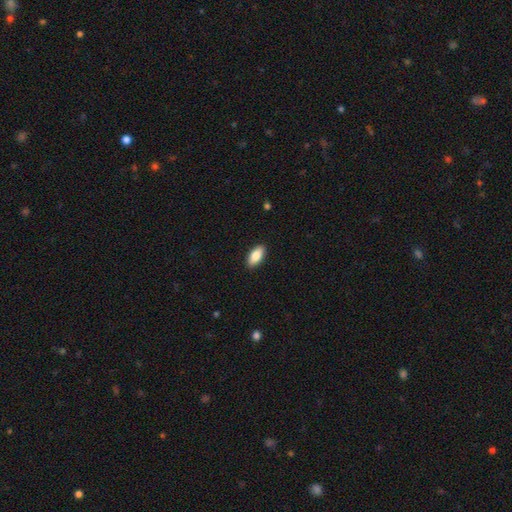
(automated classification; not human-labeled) Smooth or featured?
  - smooth: 84% *
  - featured or disk: 10%
  - star or artifact: 6%
How rounded?
  - in between: 90% *
  - cigar-shaped: 7%
  - round: 2%
Merging?
  - none: 90% *
  - minor disturbance: 7%
  - major disturbance: 2%
  - merger: 1%